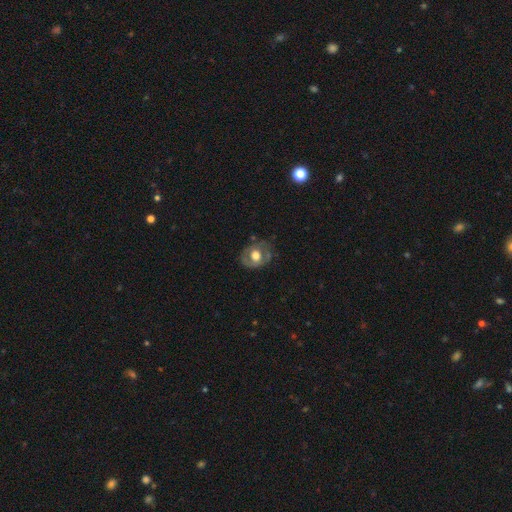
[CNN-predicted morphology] This is possibly a featured or disk galaxy (50%). It is clearly not viewed edge-on (95%). Merging: likely none (64%).